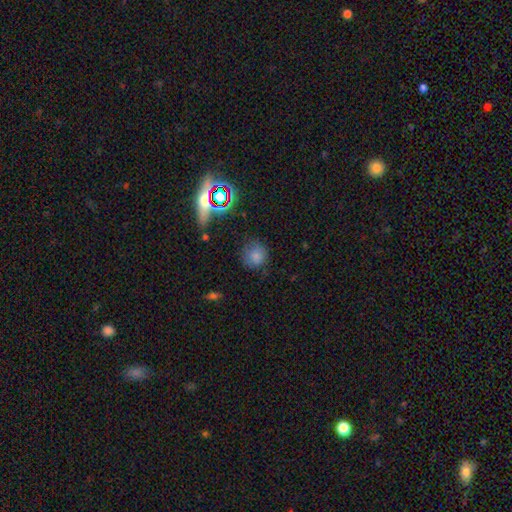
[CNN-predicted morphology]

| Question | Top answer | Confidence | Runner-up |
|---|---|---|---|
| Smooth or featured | smooth | 76% | star or artifact (16%) |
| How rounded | round | 88% | in between (11%) |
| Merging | none | 73% | minor disturbance (18%) |